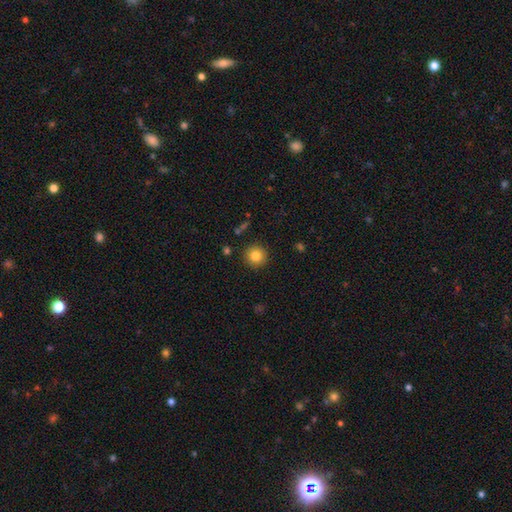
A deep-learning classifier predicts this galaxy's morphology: This is clearly a smooth galaxy (83%). How rounded: clearly round (95%). Merging: clearly none (91%).